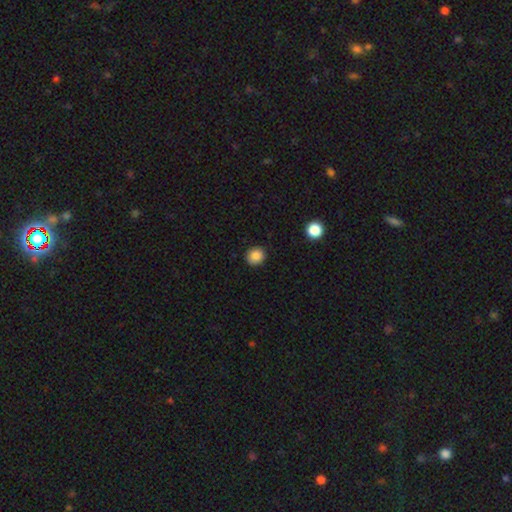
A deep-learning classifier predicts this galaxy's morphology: A smooth galaxy with no disk features (86%) that is round (85%).

Vote fractions:
- Smooth or featured? smooth: 86% / star or artifact: 10% / featured or disk: 5%
- How rounded? round: 85% / in between: 14% / cigar-shaped: 1%
- Merging? none: 89% / minor disturbance: 8% / major disturbance: 2% / merger: 1%